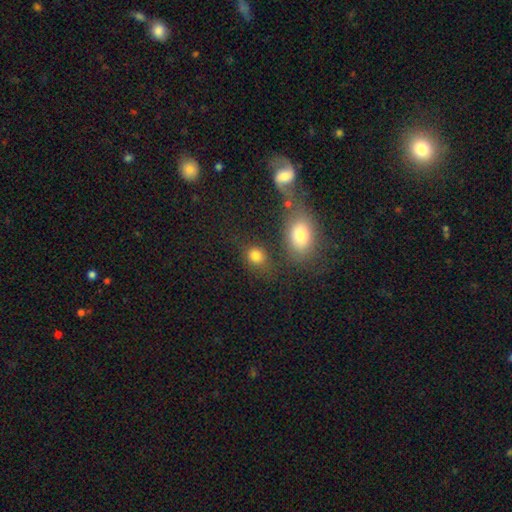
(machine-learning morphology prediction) A smooth galaxy with no disk features (81%) that is round (60%).

Vote fractions:
- Smooth or featured? smooth: 81% / star or artifact: 12% / featured or disk: 7%
- How rounded? round: 60% / in between: 38% / cigar-shaped: 2%
- Merging? none: 66% / merger: 15% / minor disturbance: 13% / major disturbance: 7%